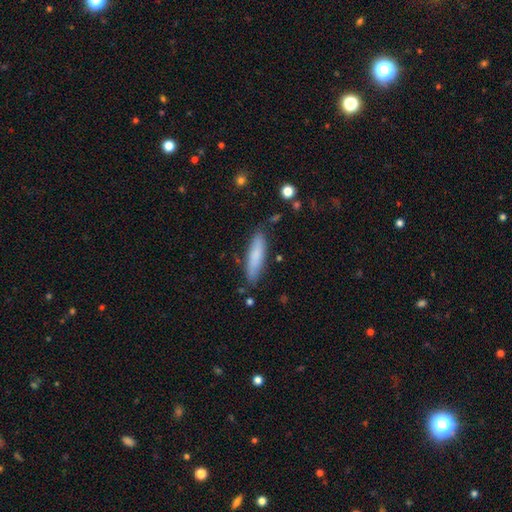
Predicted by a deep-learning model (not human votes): Smooth or featured: smooth — 79% (featured or disk — 15%)
How rounded: cigar-shaped — 73% (in between — 25%)
Merging: none — 82% (minor disturbance — 14%)